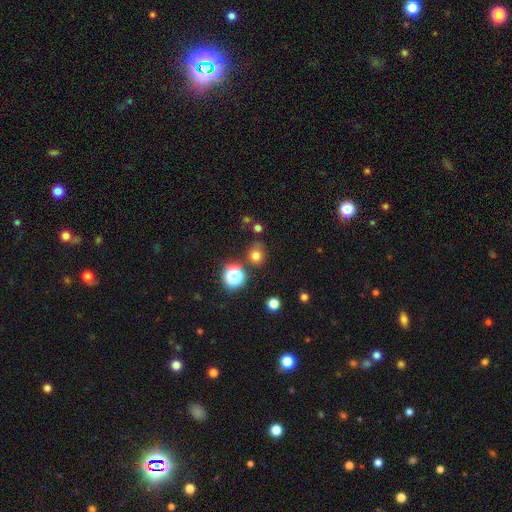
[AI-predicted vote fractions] Smooth or featured? Predicted: smooth (p=0.73). How rounded? Predicted: round (p=0.79). Merging? Predicted: none (p=0.73).